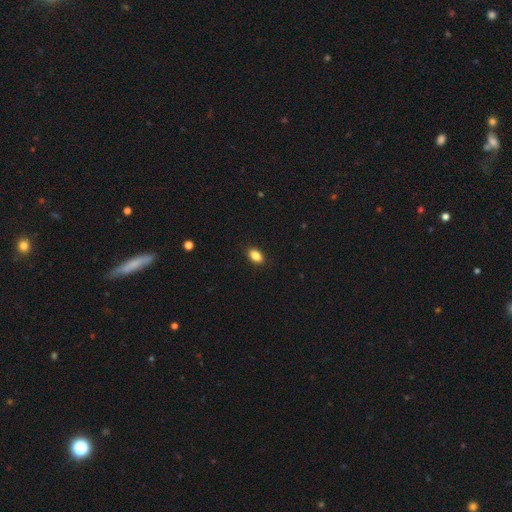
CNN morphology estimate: Smooth or featured? Predicted: smooth (p=0.87). How rounded? Predicted: in between (p=0.89). Merging? Predicted: none (p=0.89).